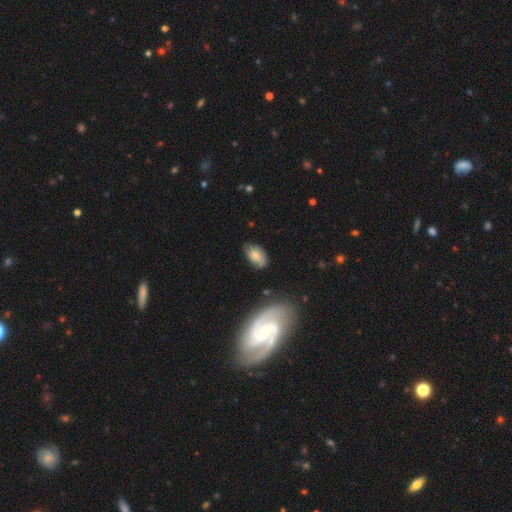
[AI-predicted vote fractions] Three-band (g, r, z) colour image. It shows a smooth galaxy with no disk features (67%) that is in between round and cigar-shaped (91%). Merging: none (67%).